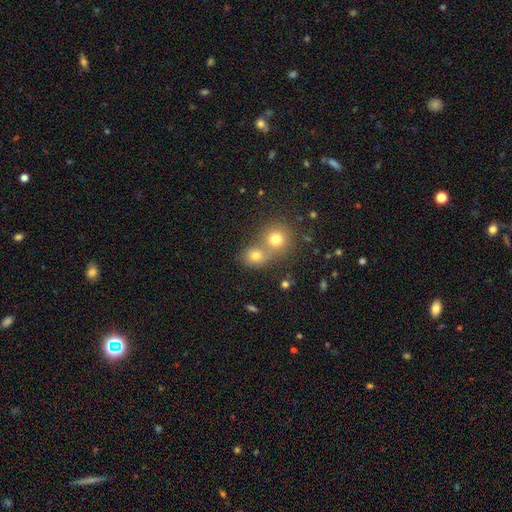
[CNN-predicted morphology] smooth_or_featured: smooth (p=0.76) [alt: star or artifact p=0.14]
how_rounded: round (p=0.70) [alt: in between p=0.29]
merging: merger (p=0.53) [alt: none p=0.38]